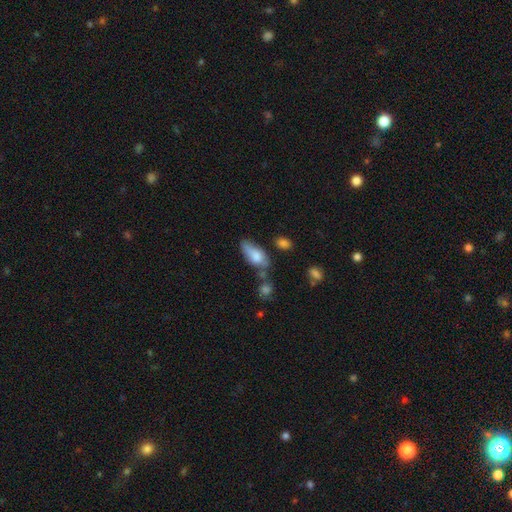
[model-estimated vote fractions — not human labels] smooth_or_featured: smooth (p=0.74) [alt: featured or disk p=0.19]
how_rounded: in between (p=0.84) [alt: cigar-shaped p=0.13]
merging: none (p=0.41) [alt: minor disturbance p=0.32]